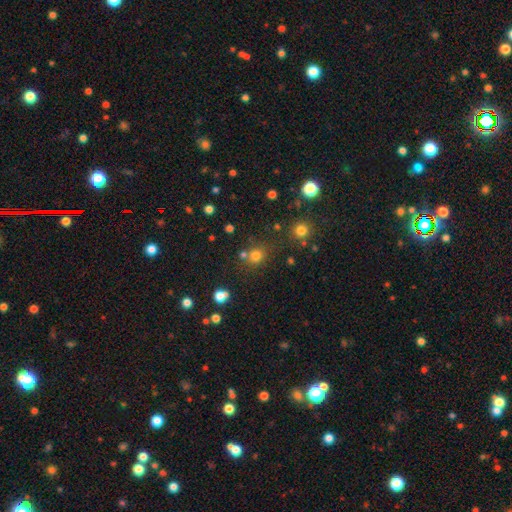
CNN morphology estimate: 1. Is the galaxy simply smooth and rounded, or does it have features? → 74% smooth, 19% star or artifact, 7% featured or disk.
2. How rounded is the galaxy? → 83% round, 16% in between, 1% cigar-shaped.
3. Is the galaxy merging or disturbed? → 67% none, 18% merger, 10% minor disturbance, 5% major disturbance.